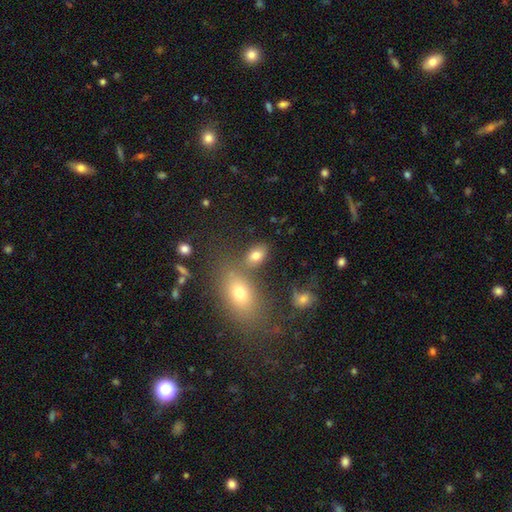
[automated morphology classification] A smooth galaxy with no disk features (78%) that is in between round and cigar-shaped (85%). Merging: none (67%).